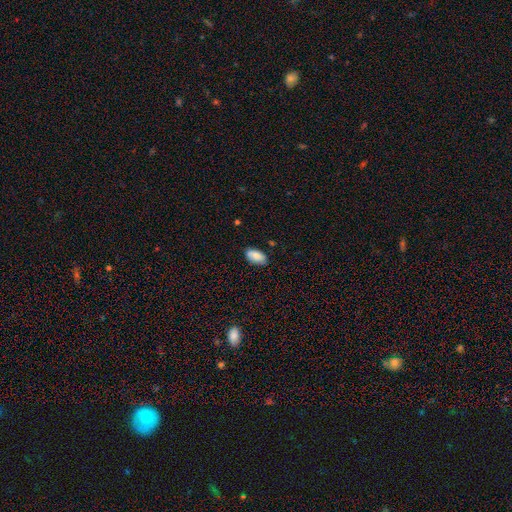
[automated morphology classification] type=smooth (80%); roundness=in between (94%); merging=none (80%).